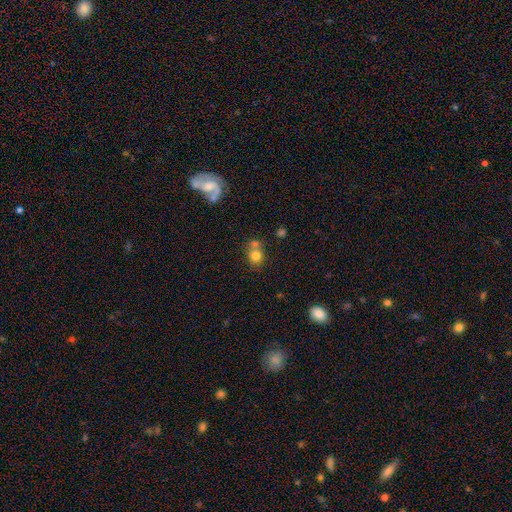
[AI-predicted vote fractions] smooth-or-featured: smooth: 77% | star or artifact: 12% | featured or disk: 11%
  how-rounded: round: 75% | in between: 24% | cigar-shaped: 1%
  merging: none: 50% | merger: 35% | minor disturbance: 11% | major disturbance: 4%